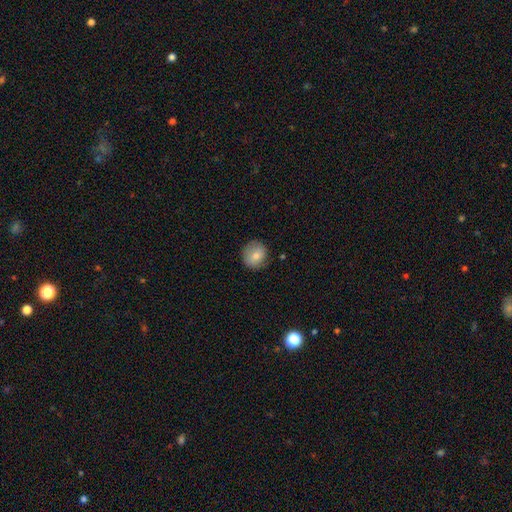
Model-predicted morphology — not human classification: This is likely a smooth galaxy (78%). How rounded: clearly round (81%). Merging: likely none (78%).